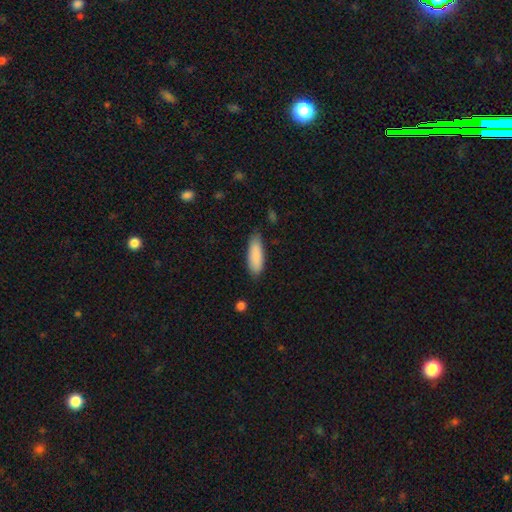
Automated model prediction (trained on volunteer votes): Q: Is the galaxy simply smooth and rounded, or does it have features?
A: smooth — 88%.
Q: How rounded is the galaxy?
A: in between — 58%.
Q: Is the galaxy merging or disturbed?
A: none — 80%.